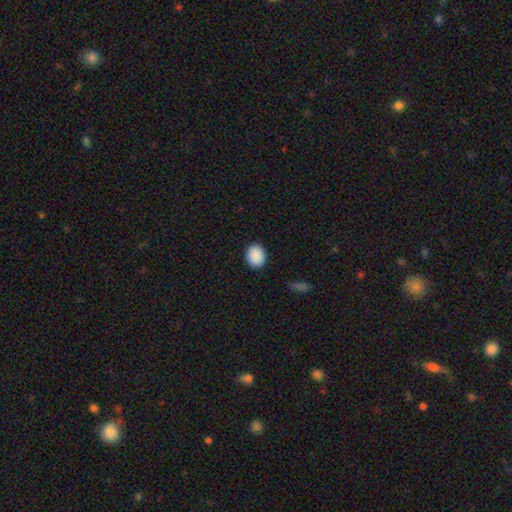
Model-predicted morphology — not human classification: The model was most divided on "how rounded": round: 57%, in between: 42%, cigar-shaped: 1%. More confident: merging — none (90%); smooth or featured — smooth (90%).